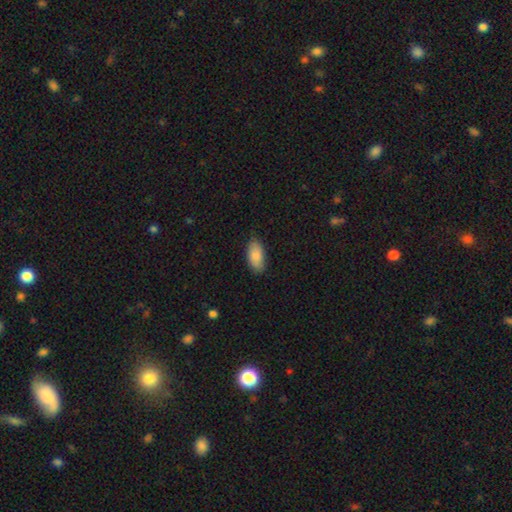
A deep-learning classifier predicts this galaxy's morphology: Q: Smooth or featured?
A: smooth (87%); runner-up: featured or disk (7%)
Q: How rounded?
A: in between (92%); runner-up: cigar-shaped (6%)
Q: Merging?
A: none (83%); runner-up: minor disturbance (14%)